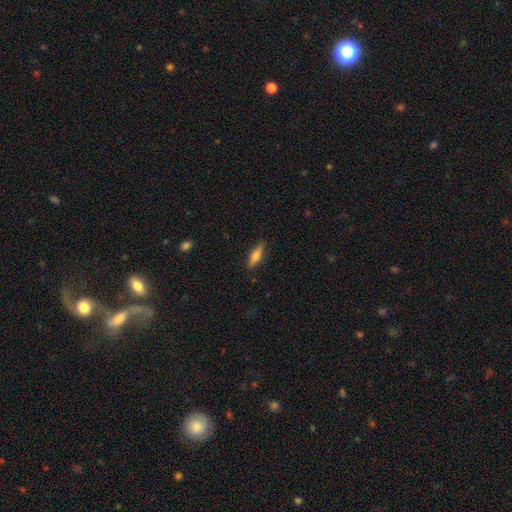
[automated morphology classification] A smooth galaxy with no disk features (68%) that is cigar-shaped (58%).

Vote fractions:
- Smooth or featured? smooth: 68% / featured or disk: 26% / star or artifact: 7%
- How rounded? cigar-shaped: 58% / in between: 40% / round: 2%
- Merging? none: 86% / minor disturbance: 11% / major disturbance: 2% / merger: 1%